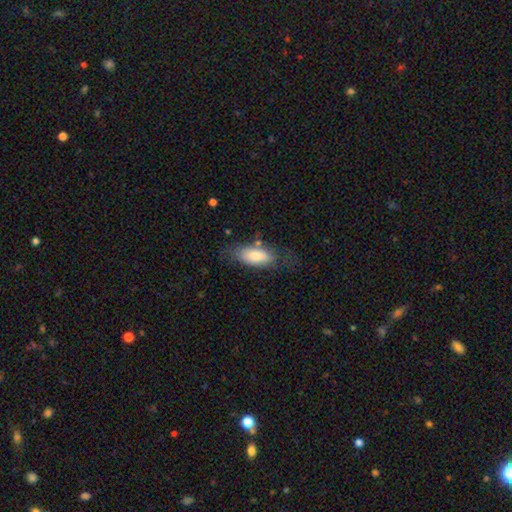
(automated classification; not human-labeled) smooth-or-featured: smooth: 77% | featured or disk: 17% | star or artifact: 7%
  how-rounded: in between: 84% | cigar-shaped: 14% | round: 2%
  merging: none: 60% | minor disturbance: 25% | major disturbance: 12% | merger: 4%